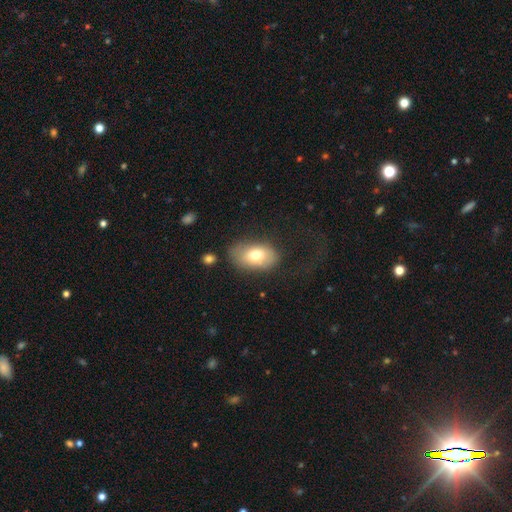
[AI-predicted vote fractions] smooth-or-featured: smooth: 73% | featured or disk: 19% | star or artifact: 8%
  how-rounded: in between: 89% | round: 10% | cigar-shaped: 1%
  merging: none: 68% | minor disturbance: 21% | major disturbance: 8% | merger: 3%